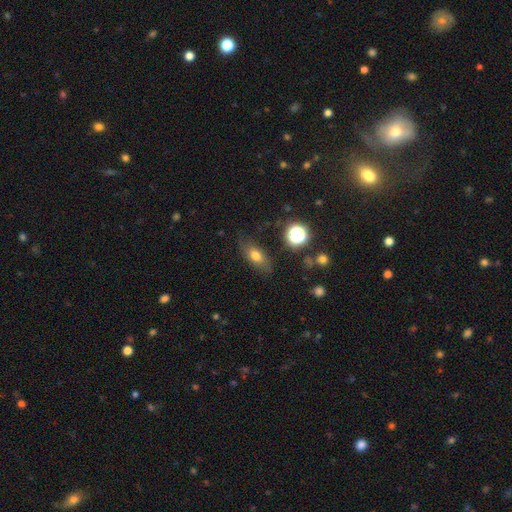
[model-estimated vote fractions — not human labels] This is likely a smooth galaxy (67%). How rounded: likely in between (73%). Merging: likely none (73%).